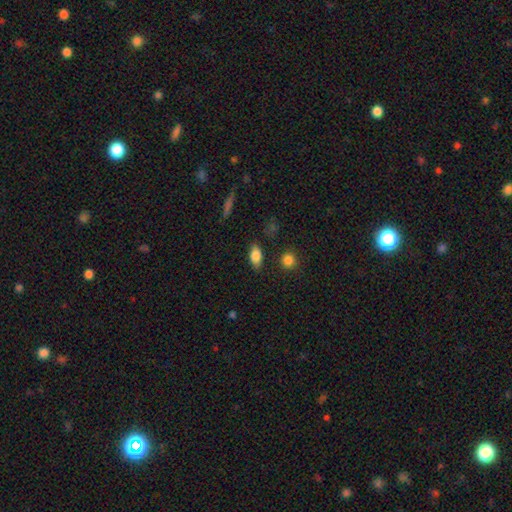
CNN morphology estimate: Q: Smooth or featured?
A: smooth (82%); runner-up: featured or disk (10%)
Q: How rounded?
A: in between (86%); runner-up: cigar-shaped (8%)
Q: Merging?
A: none (84%); runner-up: minor disturbance (11%)